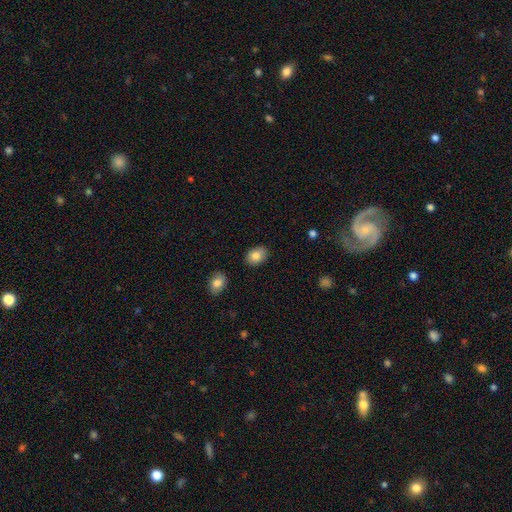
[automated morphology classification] A smooth galaxy with no disk features (83%) that is in between round and cigar-shaped (79%).

Vote fractions:
- Smooth or featured? smooth: 83% / featured or disk: 9% / star or artifact: 8%
- How rounded? in between: 79% / round: 20% / cigar-shaped: 1%
- Merging? none: 86% / minor disturbance: 10% / merger: 2% / major disturbance: 2%